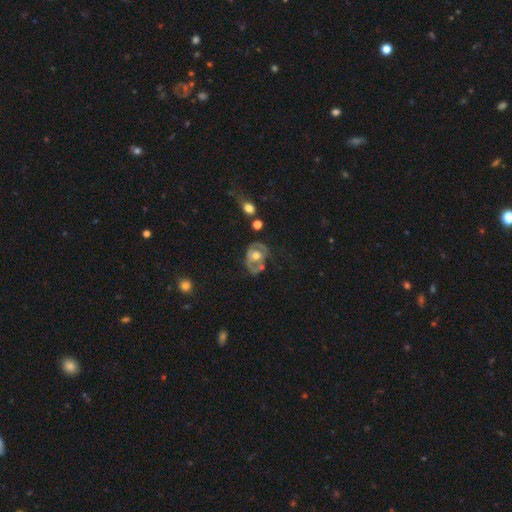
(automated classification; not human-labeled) Morphology: type=featured or disk (59%); edge-on=no (95%); bar=no (78%); spiral arms=no (61%); bulge=moderate (68%); merging=none (49%).